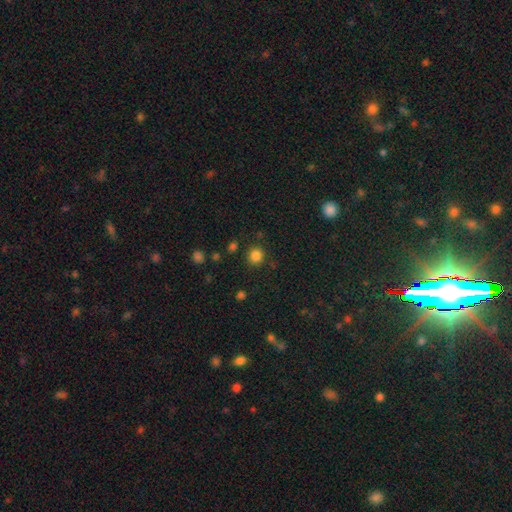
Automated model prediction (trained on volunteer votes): Smooth or featured: smooth — 83% (star or artifact — 13%)
How rounded: round — 88% (in between — 11%)
Merging: none — 87% (minor disturbance — 8%)